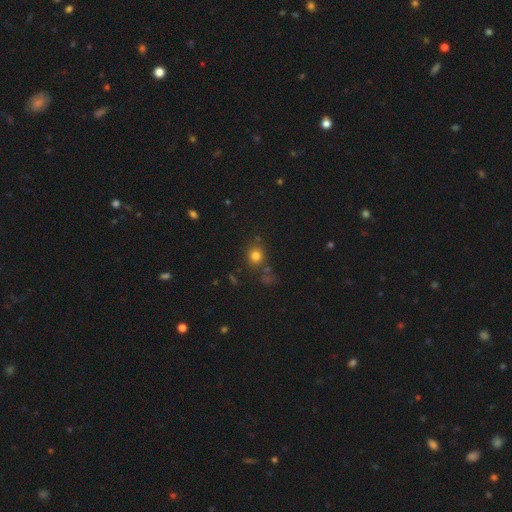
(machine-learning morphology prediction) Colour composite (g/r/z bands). It shows a smooth galaxy with no disk features (78%) that is round (79%). Merging: none (77%).